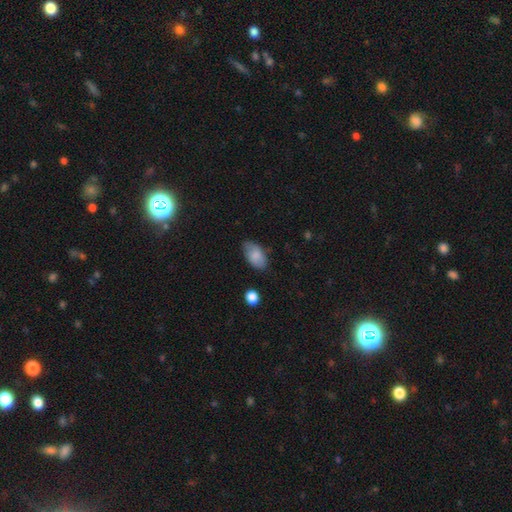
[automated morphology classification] type=smooth (83%); roundness=in between (94%); merging=none (72%).